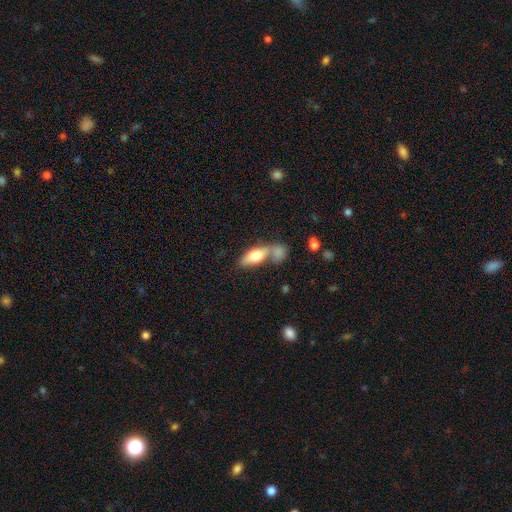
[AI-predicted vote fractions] Q: Smooth or featured?
A: smooth (71%); runner-up: featured or disk (23%)
Q: How rounded?
A: in between (74%); runner-up: cigar-shaped (22%)
Q: Merging?
A: merger (45%); runner-up: none (37%)